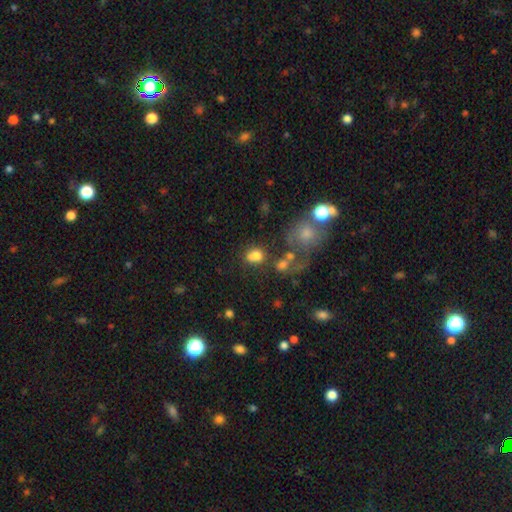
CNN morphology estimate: Smooth or featured?
  - smooth: 74% *
  - star or artifact: 14%
  - featured or disk: 12%
How rounded?
  - round: 54% *
  - in between: 45%
  - cigar-shaped: 1%
Merging?
  - none: 47% *
  - merger: 28%
  - minor disturbance: 16%
  - major disturbance: 9%